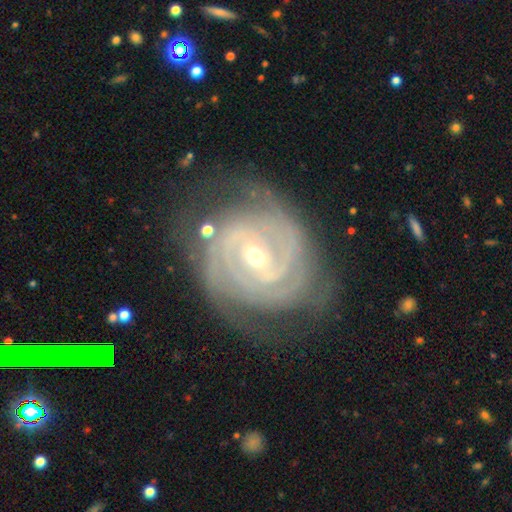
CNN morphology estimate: smooth-or-featured: featured or disk: 90% | star or artifact: 5% | smooth: 4%
  disk-edge-on: no: 97% | yes: 3%
    bar: weak: 46% | no: 30% | strong: 24%
    has-spiral-arms: yes: 98% | no: 2%
      spiral-winding: tight: 77% | medium: 20% | loose: 3%
      spiral-arm-count: 2: 26% | 3: 25% | can't tell: 20% | 4: 17% | more than 4: 6% | 1: 5%
    bulge-size: small: 55% | moderate: 42% | large: 1% | none: 1% | dominant: 1%
  merging: none: 73% | minor disturbance: 18% | major disturbance: 7% | merger: 2%